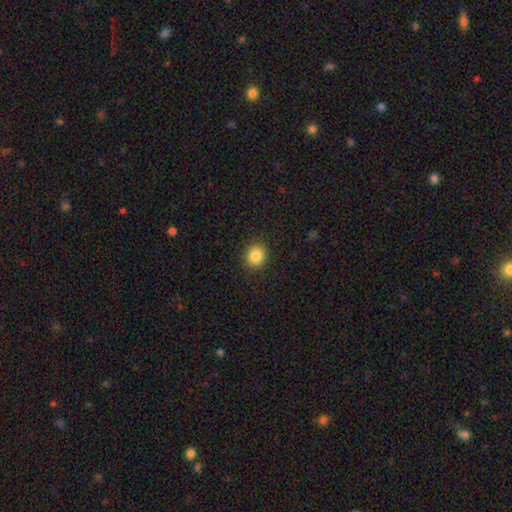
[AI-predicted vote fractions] The model was most divided on "how rounded": round: 74%, in between: 25%, cigar-shaped: 1%. More confident: merging — none (90%); smooth or featured — smooth (86%).